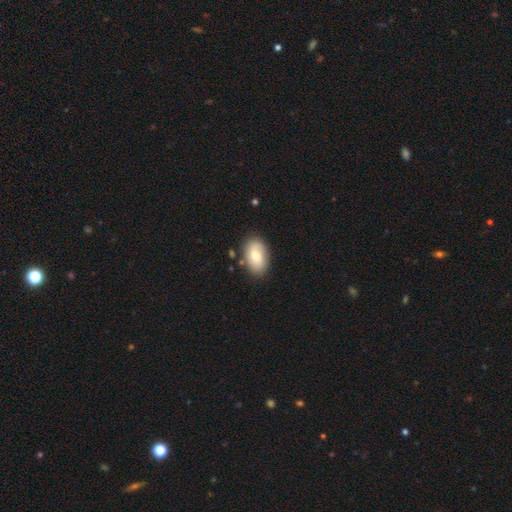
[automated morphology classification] Smooth or featured? smooth (71%)
How rounded? in between (91%)
Merging? none (81%)